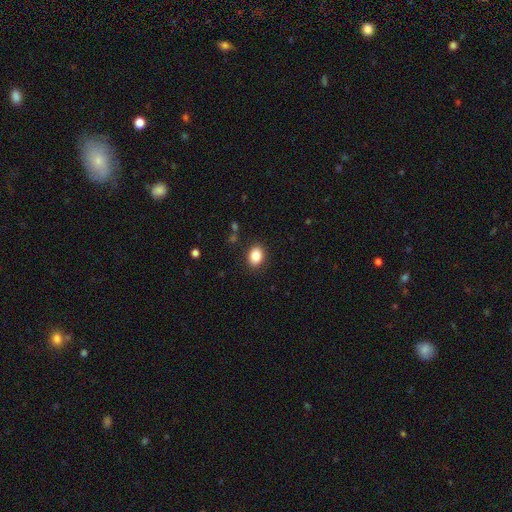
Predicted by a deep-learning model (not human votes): smooth-or-featured: smooth: 86% | star or artifact: 9% | featured or disk: 6%
  how-rounded: in between: 64% | round: 35% | cigar-shaped: 1%
  merging: none: 89% | minor disturbance: 8% | major disturbance: 2% | merger: 1%